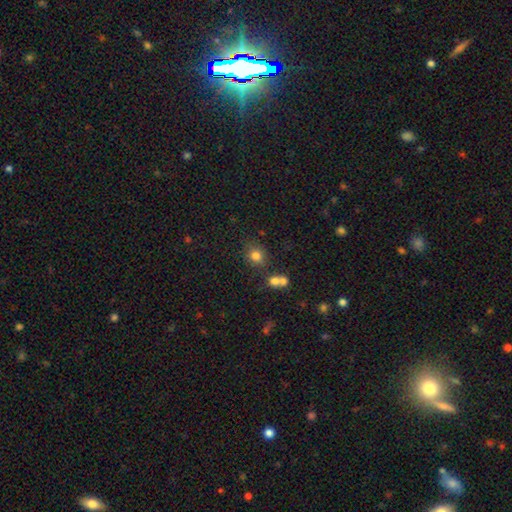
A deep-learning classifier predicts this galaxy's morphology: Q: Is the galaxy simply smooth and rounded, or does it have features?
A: smooth — 79%.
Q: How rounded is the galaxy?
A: round — 75%.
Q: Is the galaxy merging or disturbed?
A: none — 72%.